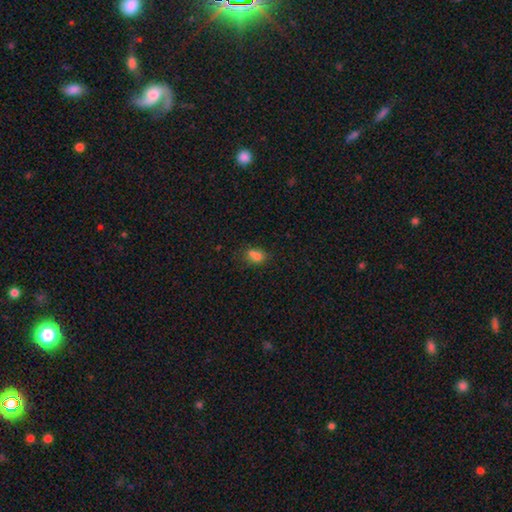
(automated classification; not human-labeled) This is likely a smooth galaxy (72%). How rounded: possibly in between (55%). Merging: marginally merger (41%).